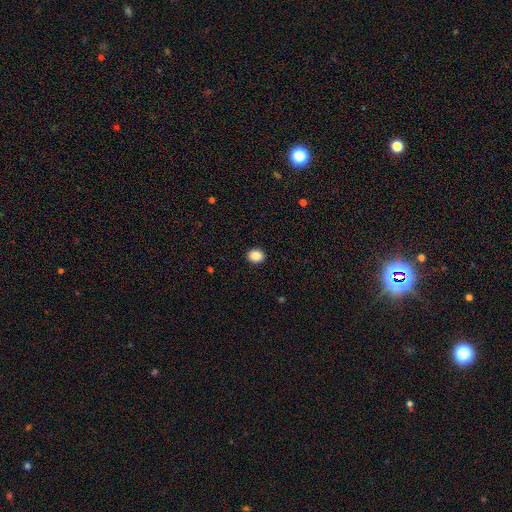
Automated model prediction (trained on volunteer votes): smooth_or_featured: smooth (p=0.87) [alt: star or artifact p=0.09]
how_rounded: round (p=0.72) [alt: in between p=0.27]
merging: none (p=0.93) [alt: minor disturbance p=0.05]